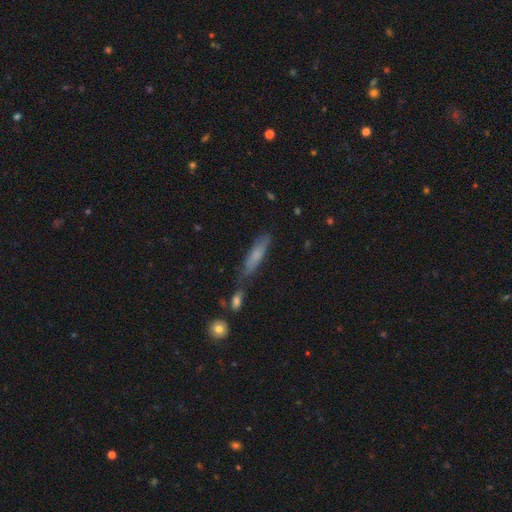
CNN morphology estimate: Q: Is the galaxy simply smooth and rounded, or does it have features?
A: smooth — 65%.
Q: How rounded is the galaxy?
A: cigar-shaped — 79%.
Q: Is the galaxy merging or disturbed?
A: none — 61%.